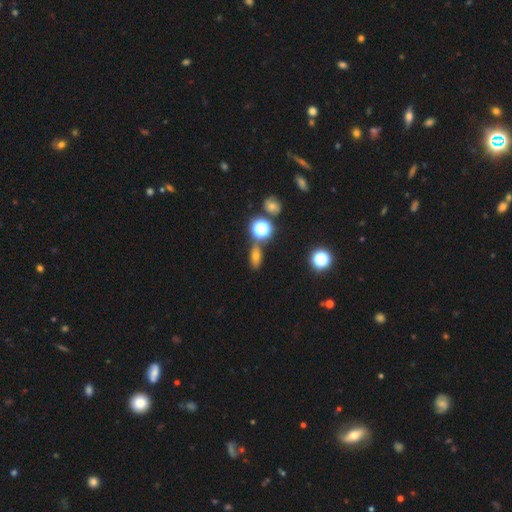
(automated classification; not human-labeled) A smooth galaxy with no disk features (50%) that is in between round and cigar-shaped (55%). Merging: none (75%).